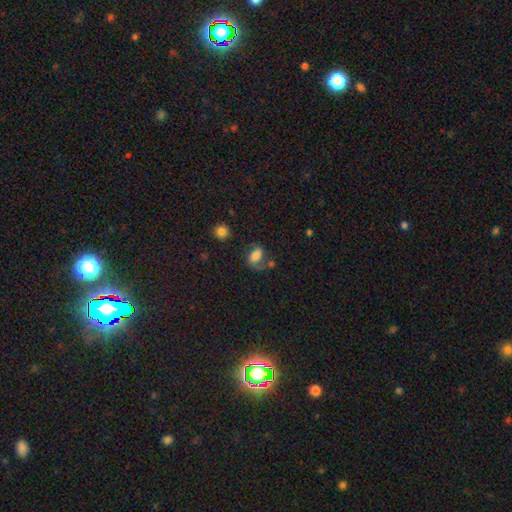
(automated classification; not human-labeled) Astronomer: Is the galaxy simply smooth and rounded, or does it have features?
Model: smooth — 56% (runner-up: featured or disk, 33%).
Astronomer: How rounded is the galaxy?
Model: in between — 81%.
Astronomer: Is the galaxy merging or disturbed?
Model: none — 44% (runner-up: major disturbance, 25%).